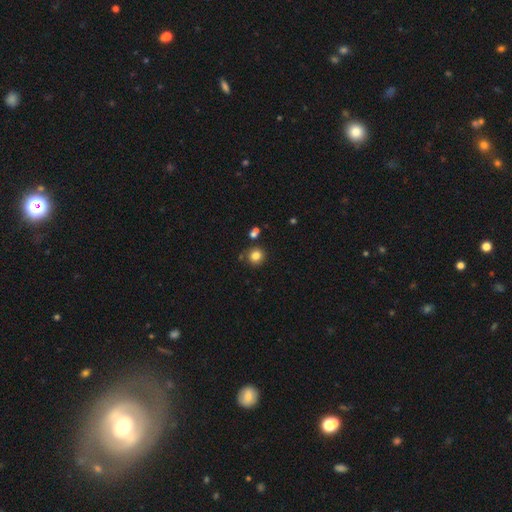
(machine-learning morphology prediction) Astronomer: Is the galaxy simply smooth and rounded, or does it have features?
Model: smooth — 82%.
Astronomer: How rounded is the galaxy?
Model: round — 91%.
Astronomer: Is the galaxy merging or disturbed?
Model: none — 81%.